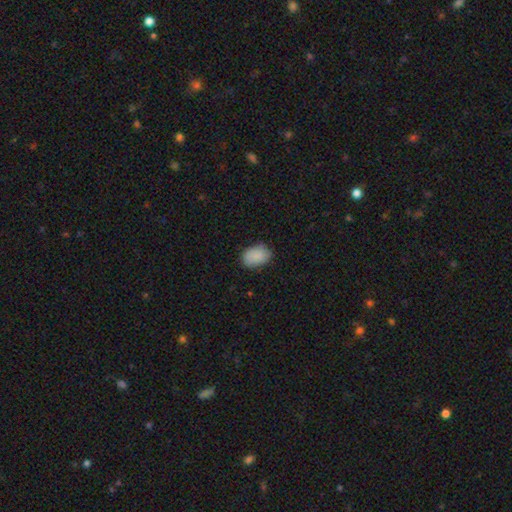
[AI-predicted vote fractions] smooth 88%, star or artifact 7%, featured or disk 5%. Down the decision tree: how rounded — in between (85%); merging — none (78%).